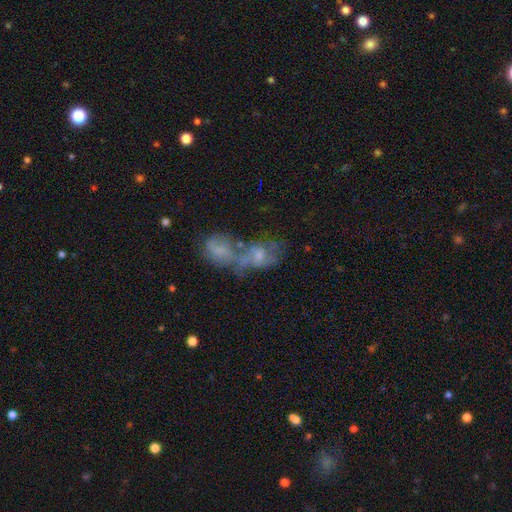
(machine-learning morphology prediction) Smooth or featured?
  - featured or disk: 44% *
  - smooth: 40%
  - star or artifact: 16%
Merging?
  - merger: 67% *
  - none: 18%
  - minor disturbance: 8%
  - major disturbance: 7%